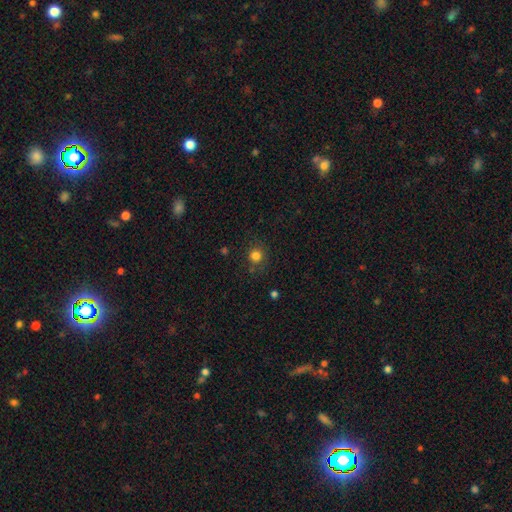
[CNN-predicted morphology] Smooth or featured?
  - smooth: 81% *
  - star or artifact: 14%
  - featured or disk: 5%
How rounded?
  - round: 92% *
  - in between: 7%
  - cigar-shaped: 1%
Merging?
  - none: 82% *
  - minor disturbance: 11%
  - major disturbance: 4%
  - merger: 3%